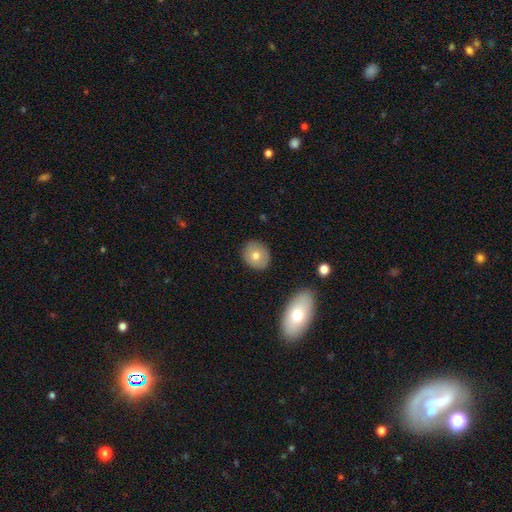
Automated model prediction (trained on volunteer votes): A smooth galaxy with no disk features (72%) that is round (68%). Merging: none (86%).